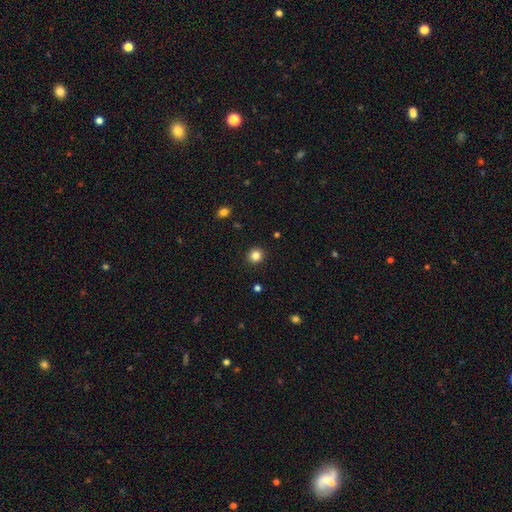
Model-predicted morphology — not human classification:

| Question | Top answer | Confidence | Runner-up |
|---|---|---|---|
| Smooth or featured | smooth | 84% | star or artifact (12%) |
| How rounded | round | 92% | in between (7%) |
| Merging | none | 92% | minor disturbance (5%) |